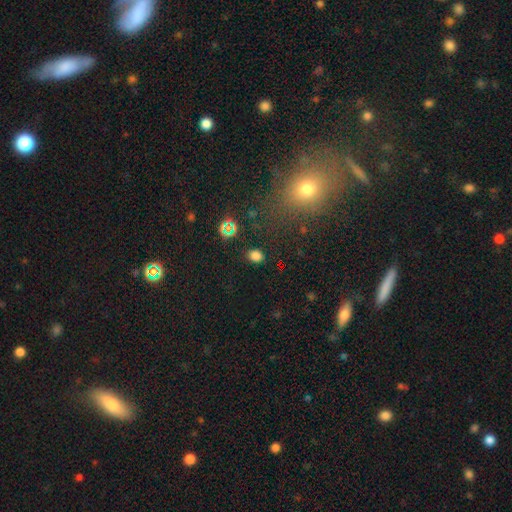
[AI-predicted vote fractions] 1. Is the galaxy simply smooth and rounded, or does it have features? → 74% smooth, 21% star or artifact, 5% featured or disk.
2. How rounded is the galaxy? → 53% in between, 45% round, 2% cigar-shaped.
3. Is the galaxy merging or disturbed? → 87% none, 8% minor disturbance, 3% major disturbance, 2% merger.